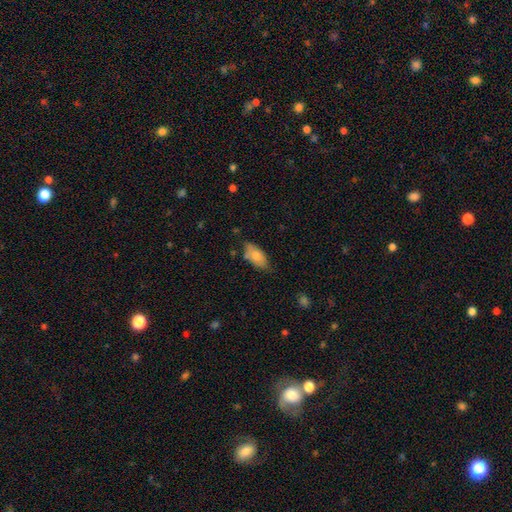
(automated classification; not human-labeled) Smooth or featured? Predicted: smooth (p=0.75). How rounded? Predicted: in between (p=0.90). Merging? Predicted: none (p=0.59).